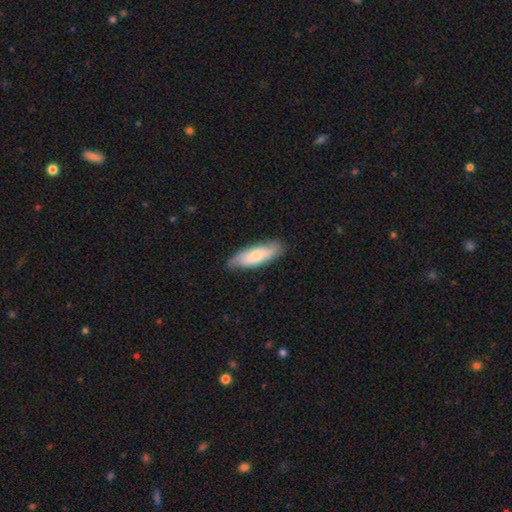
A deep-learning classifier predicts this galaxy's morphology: Smooth or featured? Predicted: smooth (p=0.64). How rounded? Predicted: in between (p=0.55). Merging? Predicted: none (p=0.76).